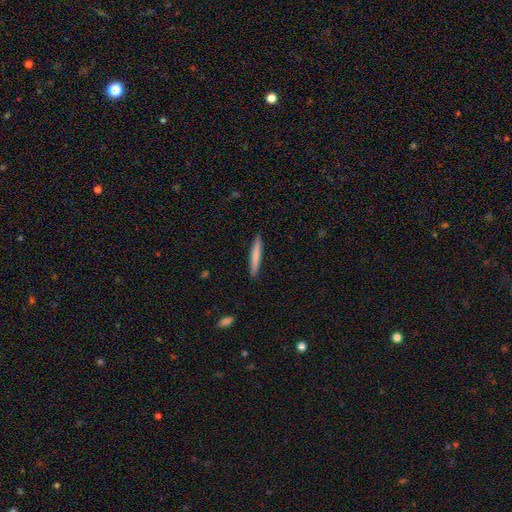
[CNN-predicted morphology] Smooth or featured?
  - smooth: 74% *
  - featured or disk: 20%
  - star or artifact: 6%
How rounded?
  - cigar-shaped: 95% *
  - in between: 4%
  - round: 1%
Merging?
  - none: 91% *
  - minor disturbance: 7%
  - major disturbance: 1%
  - merger: 1%